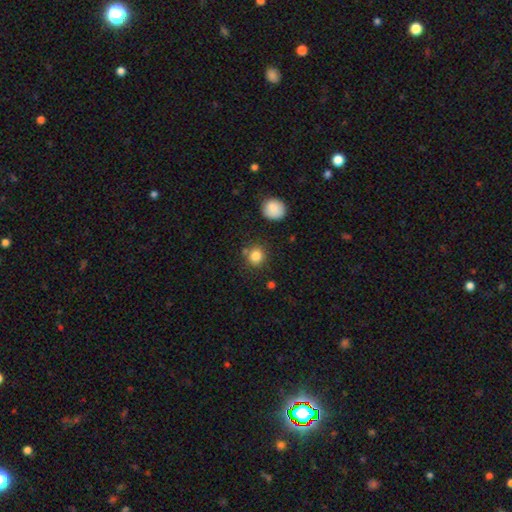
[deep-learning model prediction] smooth 84%, star or artifact 11%, featured or disk 5%. Down the decision tree: how rounded — round (88%); merging — none (79%).